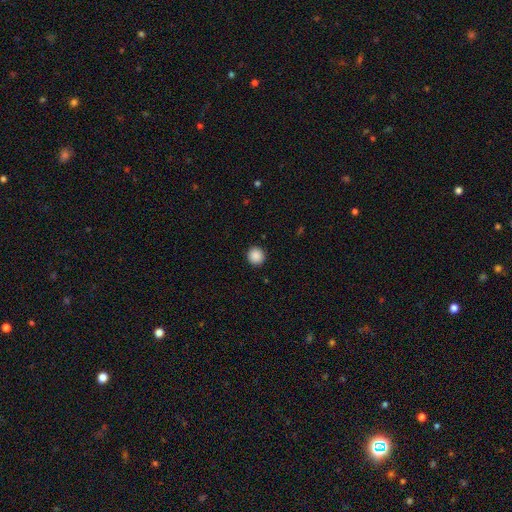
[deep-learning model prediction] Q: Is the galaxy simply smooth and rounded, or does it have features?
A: smooth — 89%.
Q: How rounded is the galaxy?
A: round — 94%.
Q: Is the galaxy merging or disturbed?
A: none — 93%.